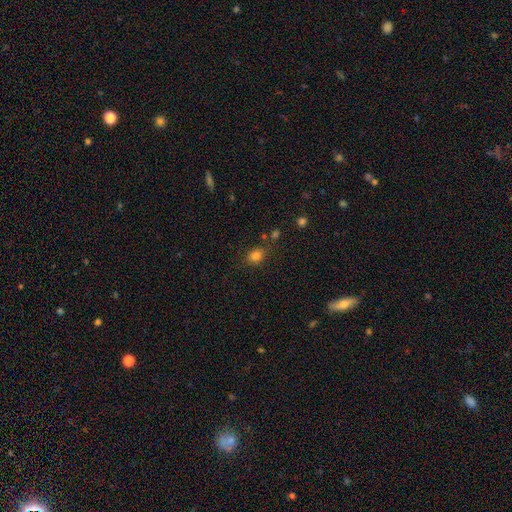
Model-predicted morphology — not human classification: Smooth or featured: smooth — 80% (star or artifact — 14%)
How rounded: round — 53% (in between — 46%)
Merging: none — 75% (minor disturbance — 15%)